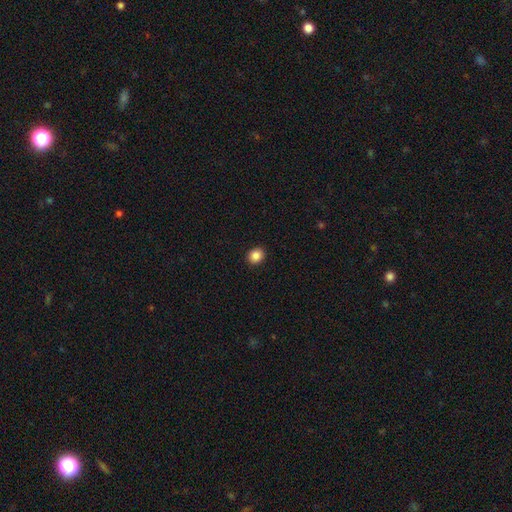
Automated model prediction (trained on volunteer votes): smooth_or_featured: smooth (p=0.87) [alt: star or artifact p=0.10]
how_rounded: round (p=0.72) [alt: in between p=0.27]
merging: none (p=0.92) [alt: minor disturbance p=0.06]